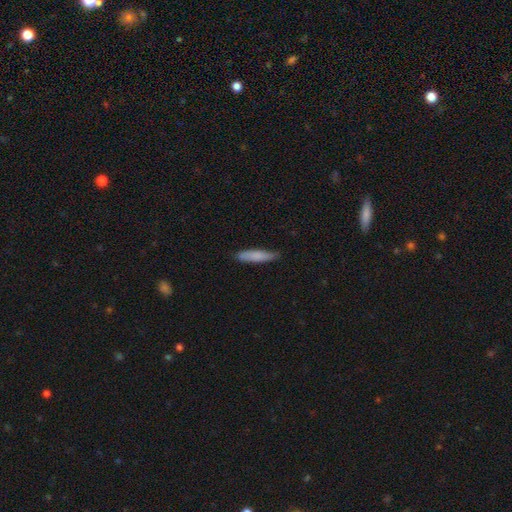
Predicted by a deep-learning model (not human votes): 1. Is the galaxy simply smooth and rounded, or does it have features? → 79% smooth, 15% featured or disk, 6% star or artifact.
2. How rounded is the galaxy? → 85% cigar-shaped, 13% in between, 1% round.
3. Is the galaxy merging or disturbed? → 83% none, 14% minor disturbance, 2% major disturbance, 1% merger.